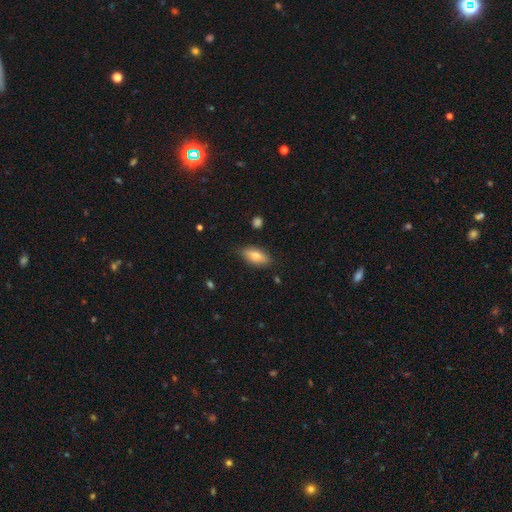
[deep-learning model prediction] This is likely a smooth galaxy (74%). How rounded: clearly in between (81%). Merging: clearly none (80%).